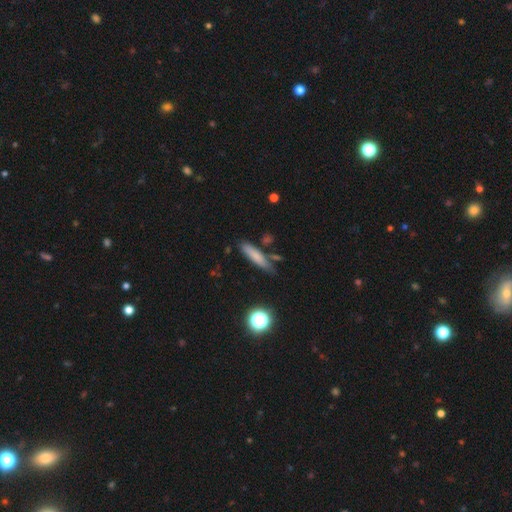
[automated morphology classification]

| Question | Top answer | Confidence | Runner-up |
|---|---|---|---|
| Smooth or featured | smooth | 75% | featured or disk (15%) |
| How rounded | cigar-shaped | 77% | in between (20%) |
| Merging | none | 70% | minor disturbance (18%) |